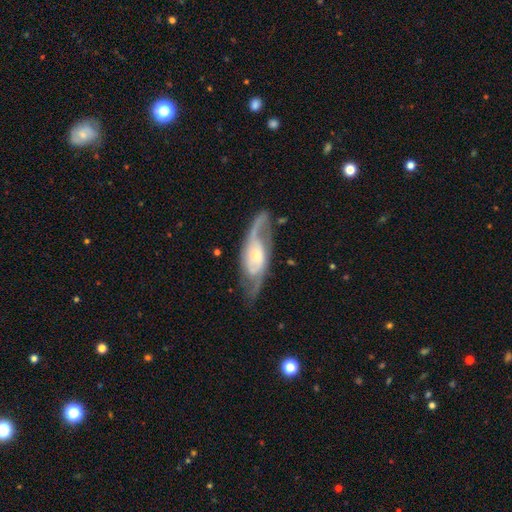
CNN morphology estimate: Q: Smooth or featured?
A: featured or disk (85%); runner-up: smooth (10%)
Q: Edge-on disk?
A: no (89%); runner-up: yes (11%)
Q: Bar?
A: no (55%); runner-up: weak (34%)
Q: Spiral arms?
A: yes (94%); runner-up: no (6%)
Q: Spiral winding?
A: medium (49%); runner-up: loose (29%)
Q: Spiral arm count?
A: 2 (83%); runner-up: can't tell (8%)
Q: Bulge size?
A: small (46%); runner-up: moderate (39%)
Q: Merging?
A: none (70%); runner-up: minor disturbance (17%)